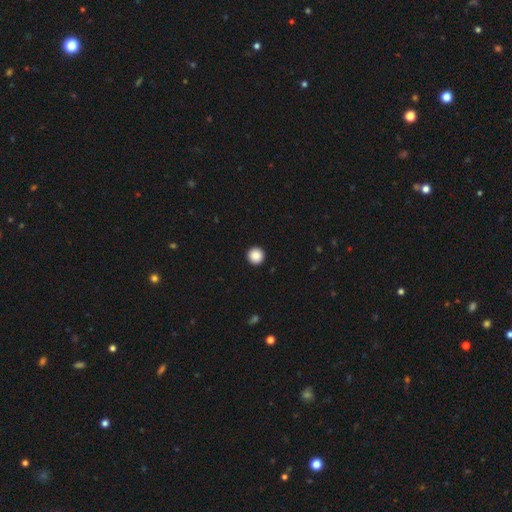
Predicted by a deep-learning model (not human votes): Q: Smooth or featured?
A: smooth (89%); runner-up: star or artifact (9%)
Q: How rounded?
A: round (96%); runner-up: in between (3%)
Q: Merging?
A: none (94%); runner-up: minor disturbance (4%)